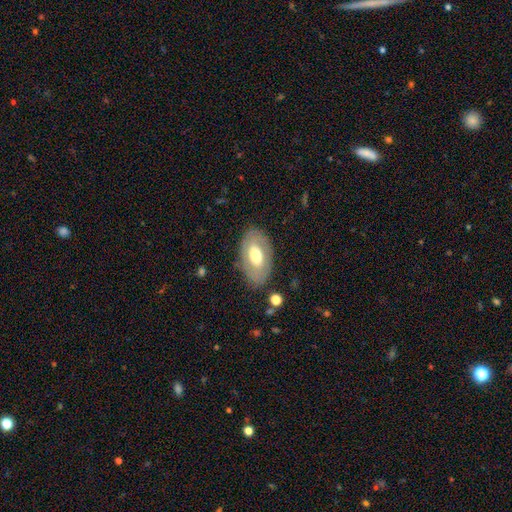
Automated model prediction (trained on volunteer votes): A smooth galaxy with no disk features (49%). Merging: none (80%).